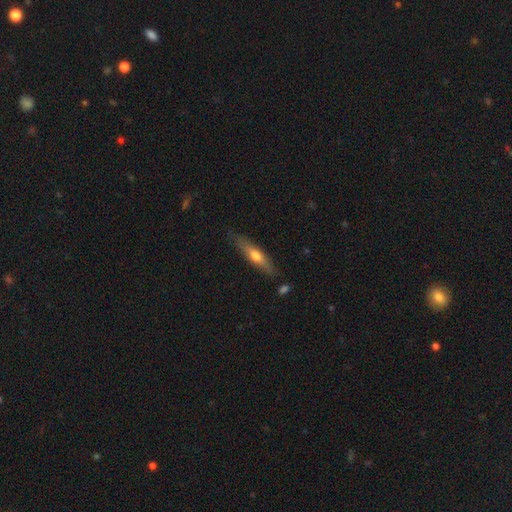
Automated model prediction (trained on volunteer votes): smooth_or_featured: smooth (p=0.52) [alt: featured or disk p=0.43]
how_rounded: cigar-shaped (p=0.78) [alt: in between p=0.20]
merging: none (p=0.80) [alt: minor disturbance p=0.15]